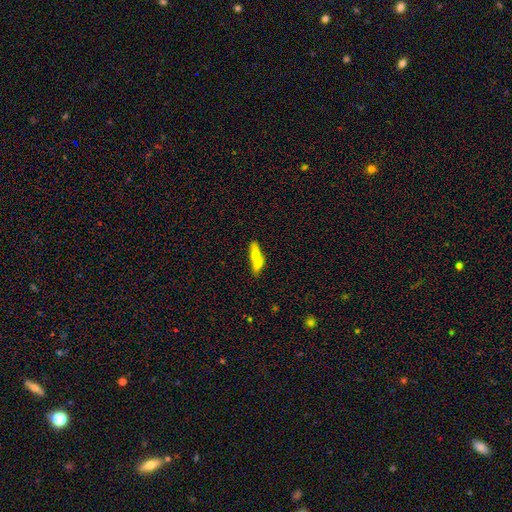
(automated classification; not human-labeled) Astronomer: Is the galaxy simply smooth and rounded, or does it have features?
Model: smooth — 58% (runner-up: featured or disk, 35%).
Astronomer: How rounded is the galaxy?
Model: cigar-shaped — 64%.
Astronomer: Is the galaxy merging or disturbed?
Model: none — 49% (runner-up: merger, 28%).